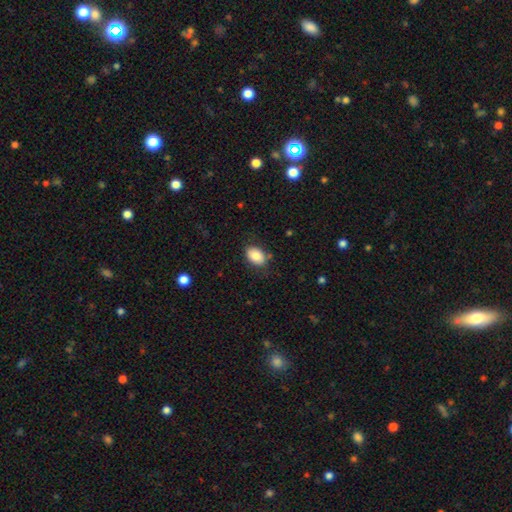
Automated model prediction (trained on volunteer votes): A smooth galaxy with no disk features (84%) that is in between round and cigar-shaped (83%). Merging: none (79%).